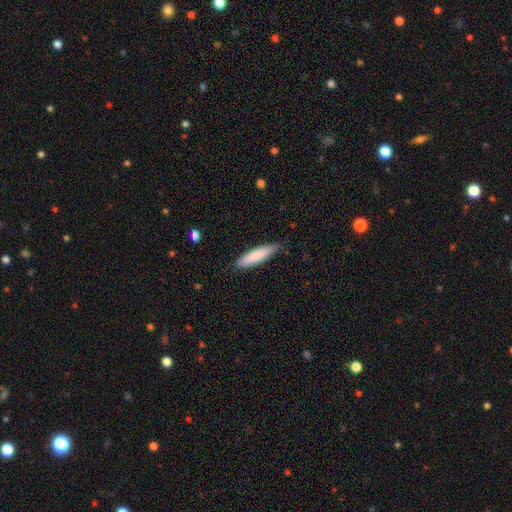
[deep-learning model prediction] Smooth or featured: smooth — 83% (featured or disk — 12%)
How rounded: cigar-shaped — 73% (in between — 25%)
Merging: none — 83% (minor disturbance — 14%)